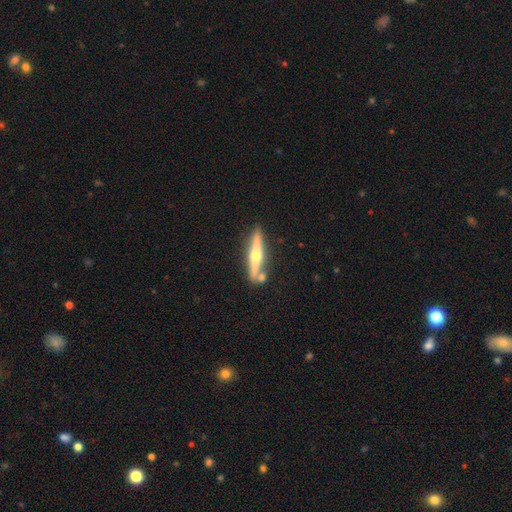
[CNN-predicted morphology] Smooth or featured? Predicted: featured or disk (p=0.70). Edge-on disk? Predicted: yes (p=0.97). Edge-on bulge? Predicted: rounded (p=0.95). Merging? Predicted: none (p=0.78).